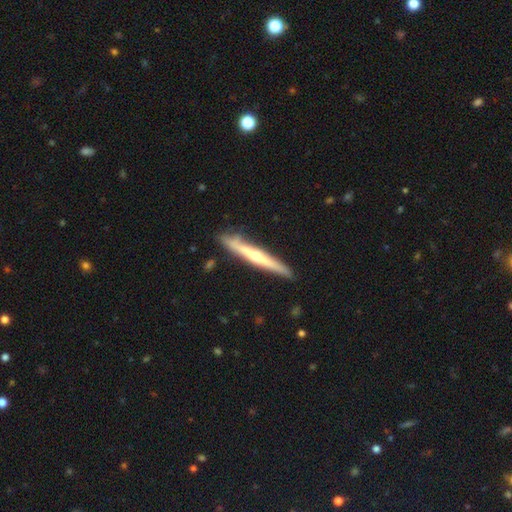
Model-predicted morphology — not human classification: This is likely a featured or disk galaxy (63%). It is clearly viewed edge-on (96%). Edge-on bulge: likely rounded (75%). Merging: clearly none (86%).